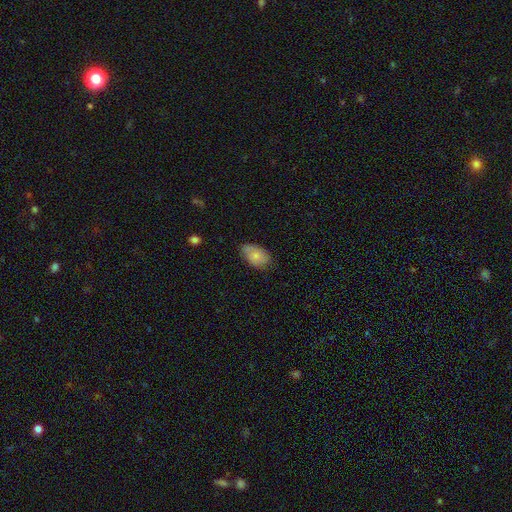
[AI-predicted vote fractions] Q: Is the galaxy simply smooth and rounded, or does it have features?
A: smooth — 75%.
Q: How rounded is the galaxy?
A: in between — 91%.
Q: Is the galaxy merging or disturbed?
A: none — 67%.